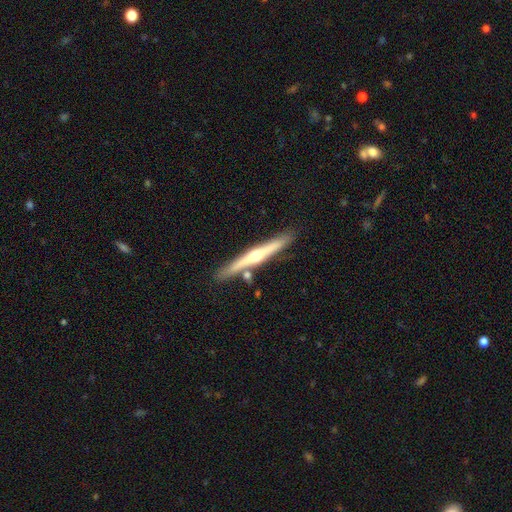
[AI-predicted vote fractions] A featured or disk galaxy (71%) viewed edge-on (97%) with a rounded central bulge (87%).

Vote fractions:
- Smooth or featured? featured or disk: 71% / smooth: 24% / star or artifact: 5%
- Edge-on disk? yes: 97% / no: 3%
- Edge-on bulge? rounded: 87% / none: 9% / boxy: 3%
- Merging? none: 84% / minor disturbance: 9% / merger: 5% / major disturbance: 2%